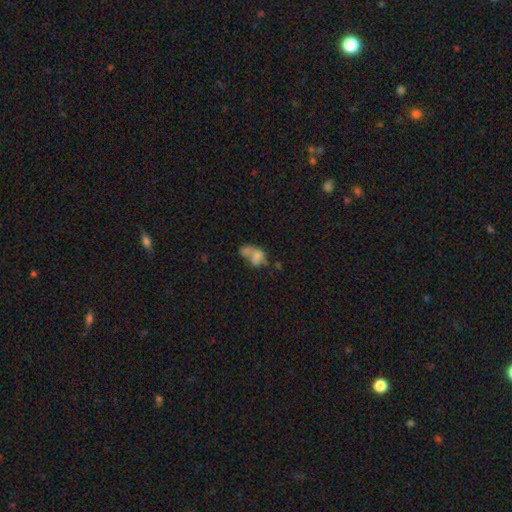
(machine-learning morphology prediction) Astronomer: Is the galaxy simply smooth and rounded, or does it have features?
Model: smooth — 63%.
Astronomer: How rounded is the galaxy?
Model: in between — 76%.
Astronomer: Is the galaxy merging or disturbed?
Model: merger — 54%.